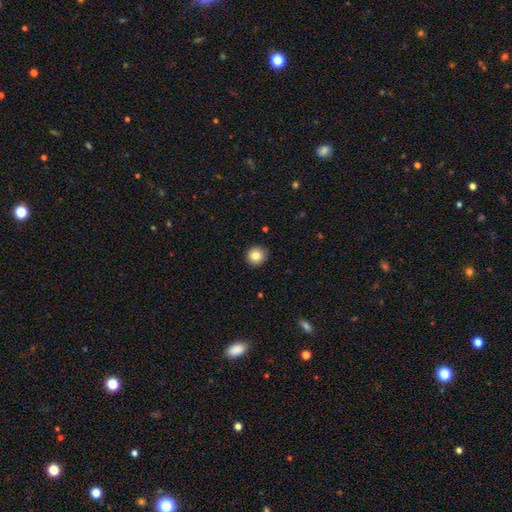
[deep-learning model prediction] This is clearly a smooth galaxy (83%). How rounded: clearly round (94%). Merging: clearly none (90%).